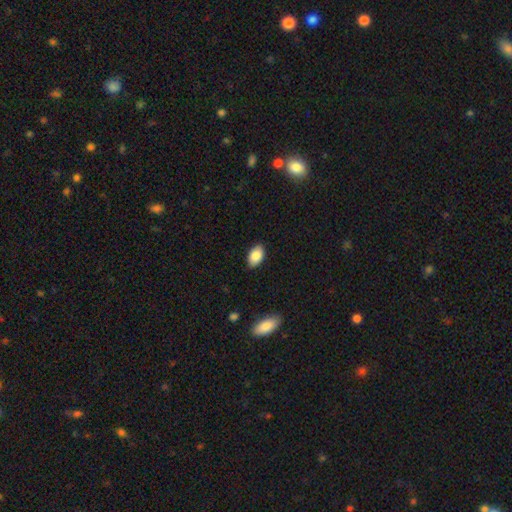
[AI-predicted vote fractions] Smooth or featured: smooth — 86% (star or artifact — 7%)
How rounded: in between — 92% (round — 7%)
Merging: none — 87% (minor disturbance — 10%)